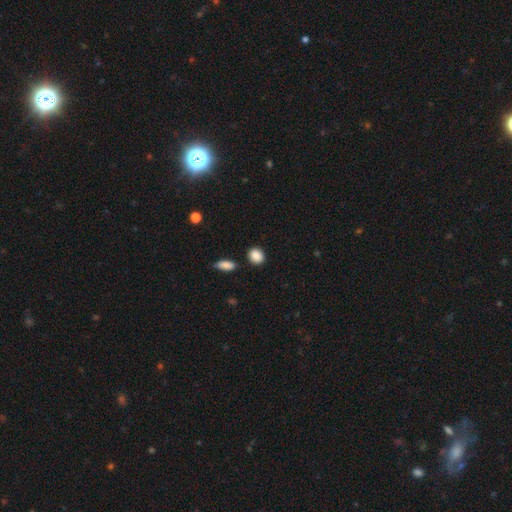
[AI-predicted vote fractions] This is clearly a smooth galaxy (88%). How rounded: likely round (73%). Merging: clearly none (85%).